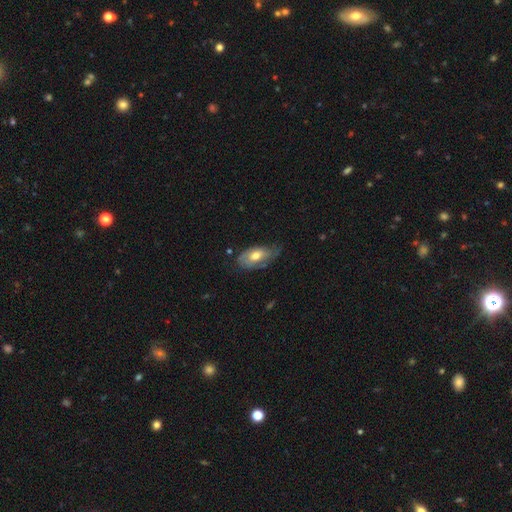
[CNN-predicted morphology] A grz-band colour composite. It shows a featured or disk galaxy (47%, tied with smooth). Merging: none (46%).